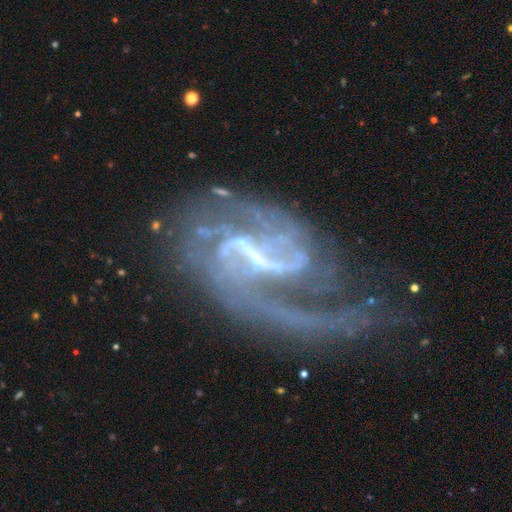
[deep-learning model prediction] Morphology: type=featured or disk (89%); edge-on=no (97%); bar=strong (45%); spiral arms=yes (94%); winding=medium (42%); arm count=2 (51%); bulge=small (45%); merging=major disturbance (39%).